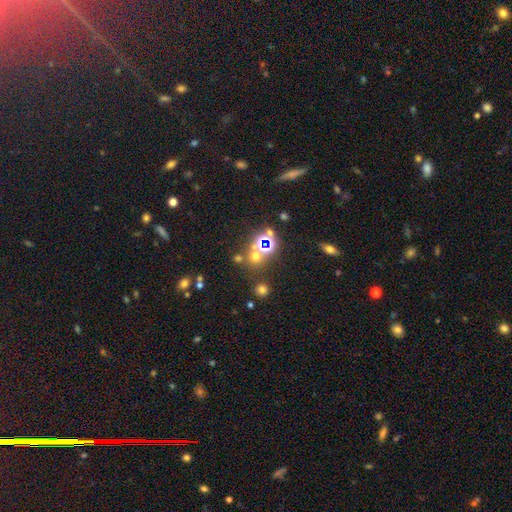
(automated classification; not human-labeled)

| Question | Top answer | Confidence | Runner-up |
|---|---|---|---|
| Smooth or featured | star or artifact | 53% | smooth (38%) |